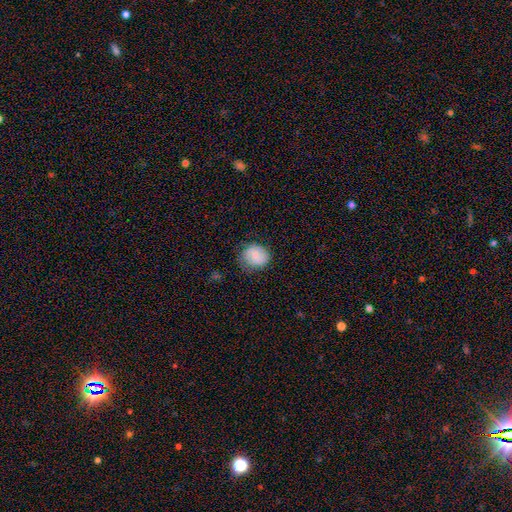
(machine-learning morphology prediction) This is likely a smooth galaxy (72%). How rounded: likely round (77%). Merging: likely none (75%).